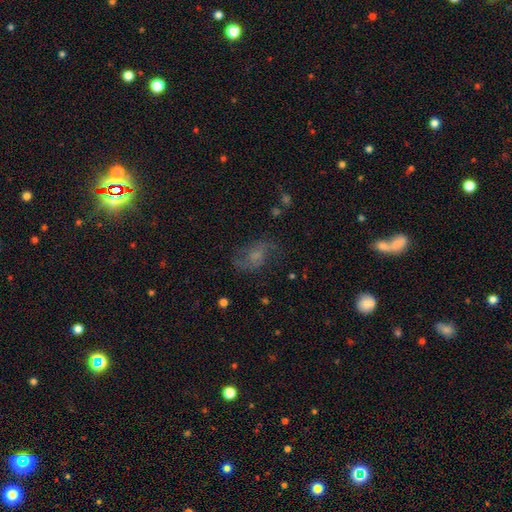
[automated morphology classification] A featured or disk galaxy (49%). Merging: none (60%).